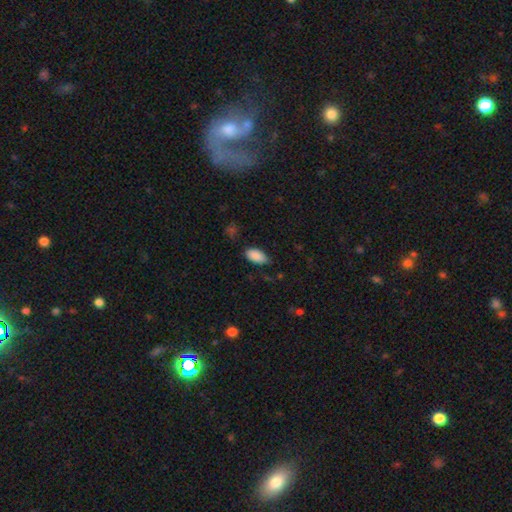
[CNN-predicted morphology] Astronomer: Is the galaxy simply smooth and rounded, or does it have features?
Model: smooth — 89%.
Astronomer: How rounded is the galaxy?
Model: in between — 94%.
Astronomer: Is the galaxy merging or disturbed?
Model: none — 74%.